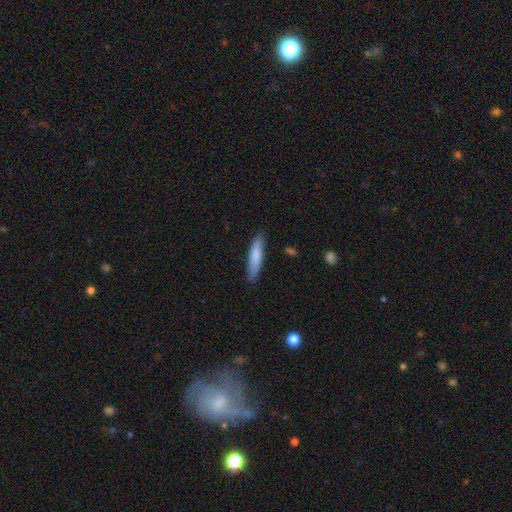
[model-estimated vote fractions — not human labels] Smooth or featured?
  - smooth: 79% *
  - featured or disk: 16%
  - star or artifact: 5%
How rounded?
  - cigar-shaped: 84% *
  - in between: 15%
  - round: 1%
Merging?
  - none: 84% *
  - minor disturbance: 13%
  - major disturbance: 2%
  - merger: 1%